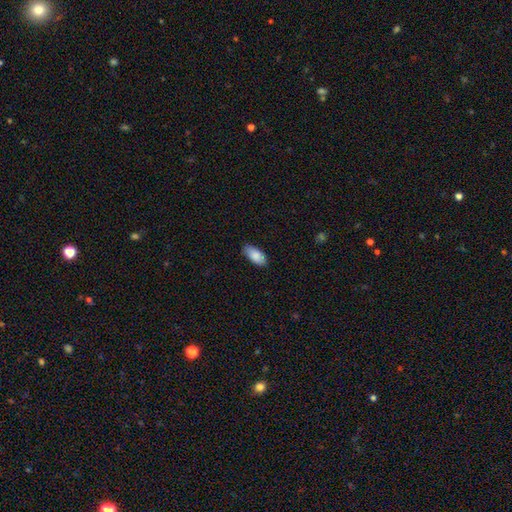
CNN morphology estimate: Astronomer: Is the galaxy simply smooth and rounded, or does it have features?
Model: smooth — 87%.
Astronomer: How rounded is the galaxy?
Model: in between — 91%.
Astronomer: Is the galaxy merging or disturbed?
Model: none — 84%.